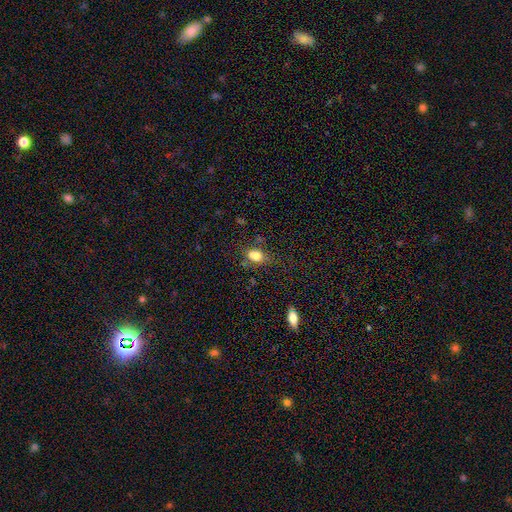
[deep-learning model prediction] Morphology: type=smooth (76%); roundness=in between (67%); merging=none (52%).